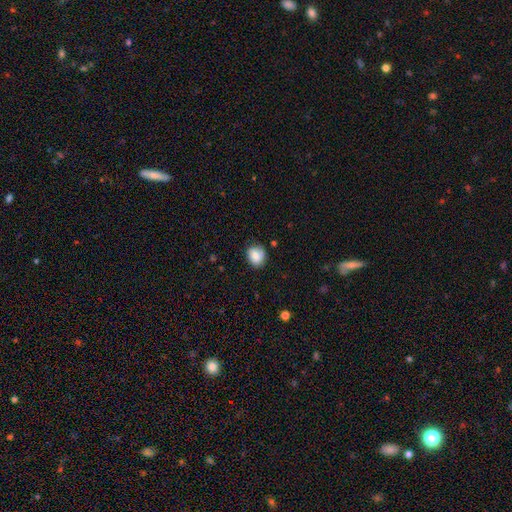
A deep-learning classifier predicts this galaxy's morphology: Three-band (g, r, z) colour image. It shows a smooth galaxy with no disk features (77%) that is round (67%). Merging: none (72%).